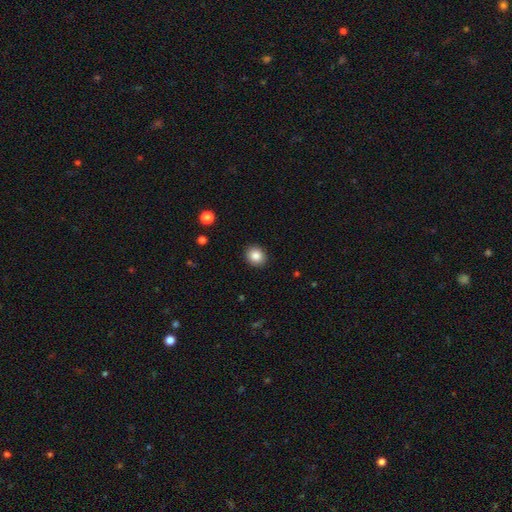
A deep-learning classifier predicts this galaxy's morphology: The model was most divided on "how rounded": round: 66%, in between: 33%, cigar-shaped: 1%. More confident: merging — none (91%); smooth or featured — smooth (85%).